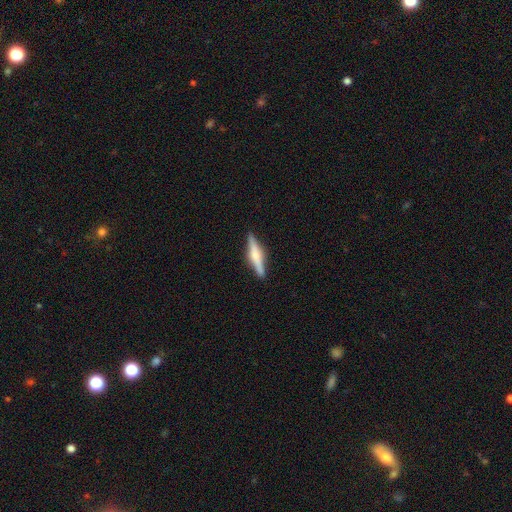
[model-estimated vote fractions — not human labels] This appears to be a featured or disk galaxy (60%) viewed edge-on (97%) with a rounded central bulge (77%). Merging: none (89%).